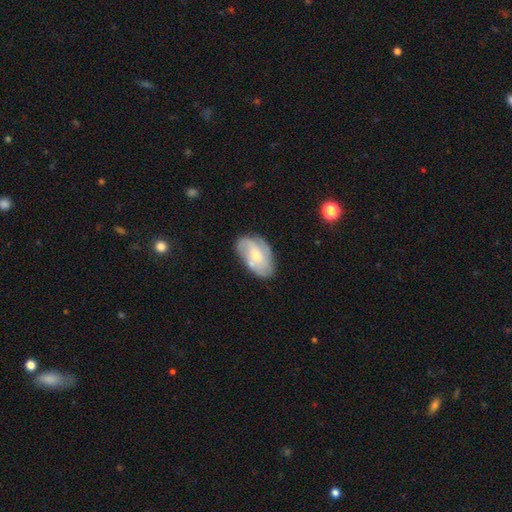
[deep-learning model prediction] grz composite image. It shows a featured or disk galaxy (59%) with no bar (57%), spiral arms (75%) and a small central bulge (51%). Merging: none (65%).